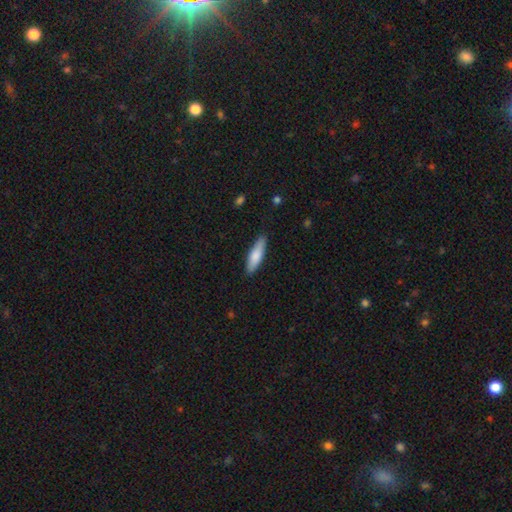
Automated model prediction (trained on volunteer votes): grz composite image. It shows a smooth galaxy with no disk features (79%) that is cigar-shaped (62%). Merging: none (86%).